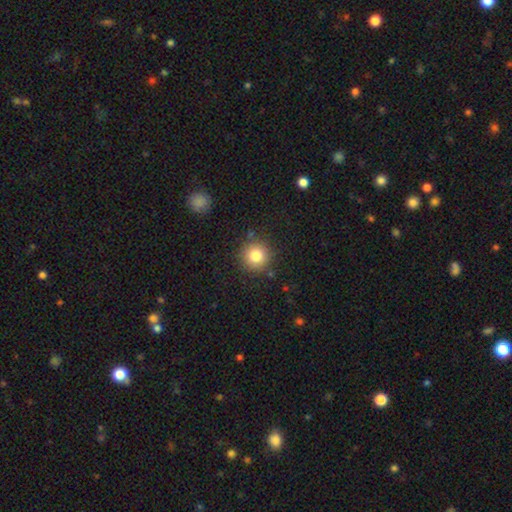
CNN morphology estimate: A smooth galaxy with no disk features (82%) that is round (94%). Merging: none (87%).